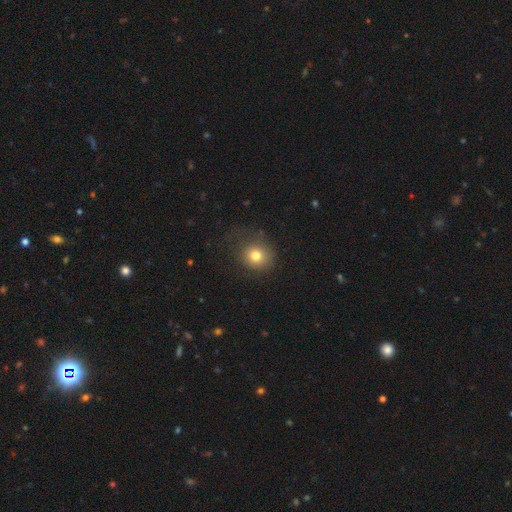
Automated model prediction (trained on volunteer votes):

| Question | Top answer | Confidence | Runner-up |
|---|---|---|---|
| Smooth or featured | smooth | 77% | star or artifact (13%) |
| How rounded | round | 85% | in between (14%) |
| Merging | none | 71% | minor disturbance (18%) |